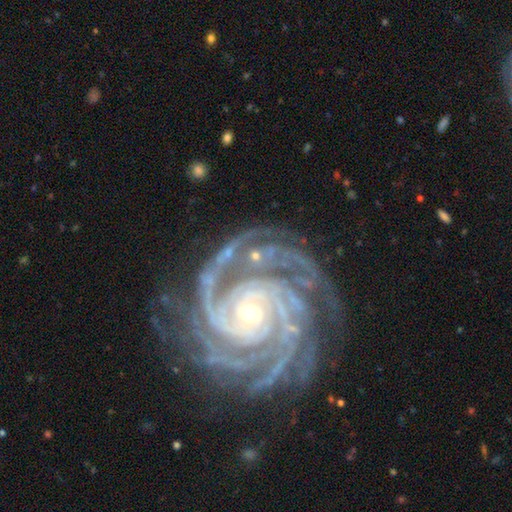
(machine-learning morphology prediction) smooth_or_featured: featured or disk (p=0.81) [alt: star or artifact p=0.10]
disk_edge_on: no (p=0.96) [alt: yes p=0.04]
bar: no (p=0.48) [alt: weak p=0.29]
has_spiral_arms: yes (p=0.94) [alt: no p=0.06]
spiral_winding: tight (p=0.56) [alt: medium p=0.33]
spiral_arm_count: 2 (p=0.29) [alt: 3 p=0.22]
bulge_size: small (p=0.45) [alt: moderate p=0.44]
merging: none (p=0.45) [alt: major disturbance p=0.20]